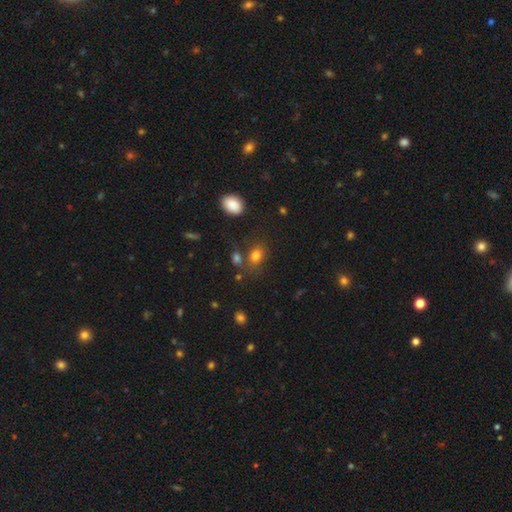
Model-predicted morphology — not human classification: This is likely a smooth galaxy (79%). How rounded: likely in between (68%). Merging: likely none (65%).